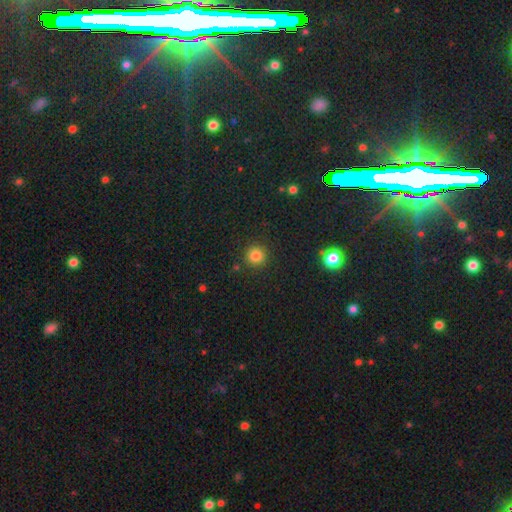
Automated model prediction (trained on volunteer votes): A smooth galaxy with no disk features (81%) that is round (93%). Merging: none (89%).